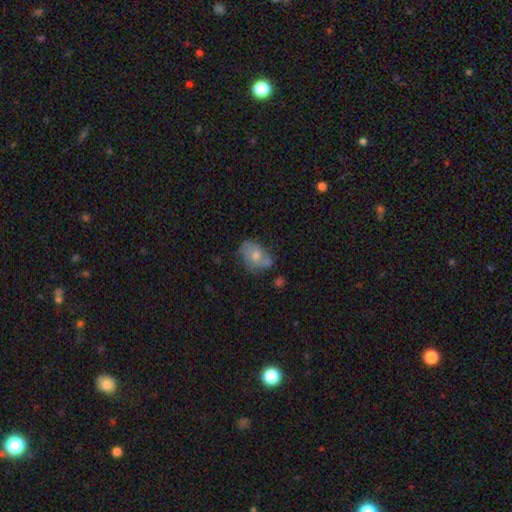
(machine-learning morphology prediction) Smooth or featured?
  - smooth: 60% *
  - featured or disk: 32%
  - star or artifact: 8%
How rounded?
  - in between: 72% *
  - round: 27%
  - cigar-shaped: 1%
Merging?
  - none: 46% *
  - minor disturbance: 30%
  - major disturbance: 12%
  - merger: 12%